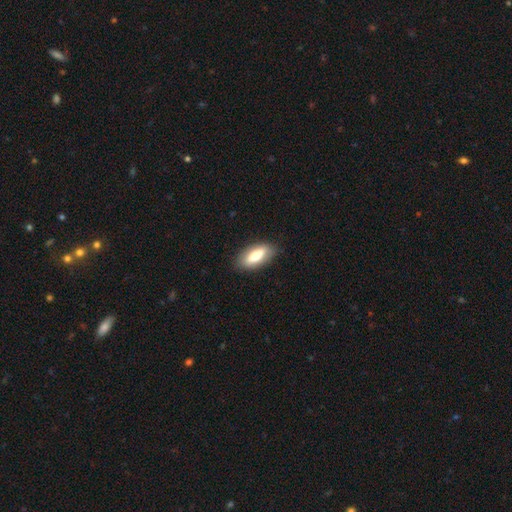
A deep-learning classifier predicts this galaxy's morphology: Smooth or featured? smooth (70%)
How rounded? in between (82%)
Merging? none (85%)